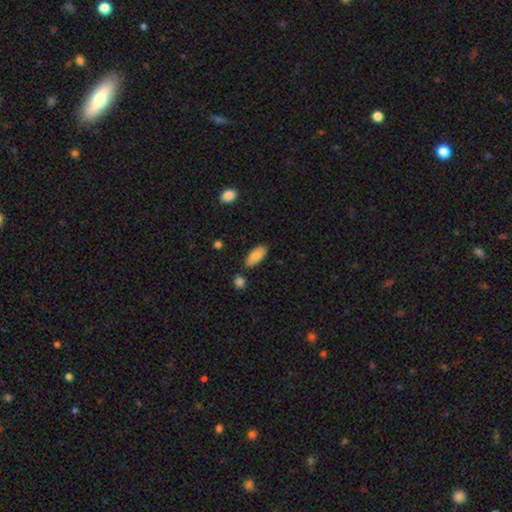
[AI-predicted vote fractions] smooth-or-featured: smooth: 86% | featured or disk: 7% | star or artifact: 6%
  how-rounded: in between: 86% | cigar-shaped: 12% | round: 2%
  merging: none: 78% | minor disturbance: 14% | merger: 5% | major disturbance: 3%